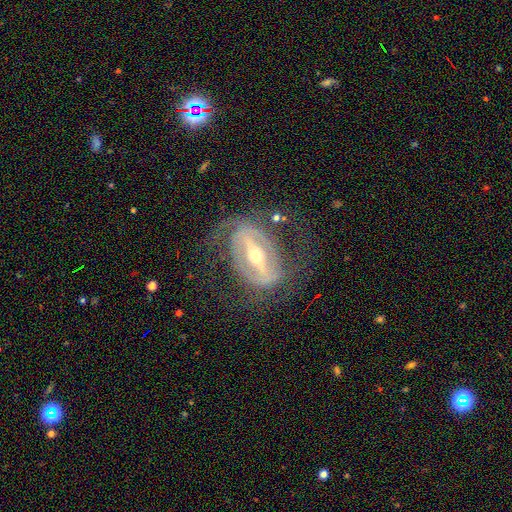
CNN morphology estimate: This is clearly a featured or disk galaxy (86%). It is clearly not viewed edge-on (90%). Bar: likely strong (75%). Spiral arm pattern: likely yes (76%). Spiral arm count: likely 2 (70%). Spiral winding: marginally medium (40%). Central bulge: possibly moderate (54%). Merging: likely none (63%).